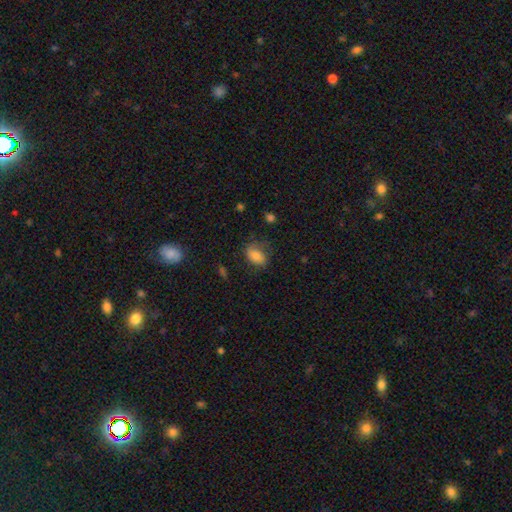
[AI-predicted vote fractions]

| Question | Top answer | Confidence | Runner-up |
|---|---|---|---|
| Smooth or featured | smooth | 80% | featured or disk (11%) |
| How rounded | in between | 84% | round (14%) |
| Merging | none | 60% | minor disturbance (27%) |